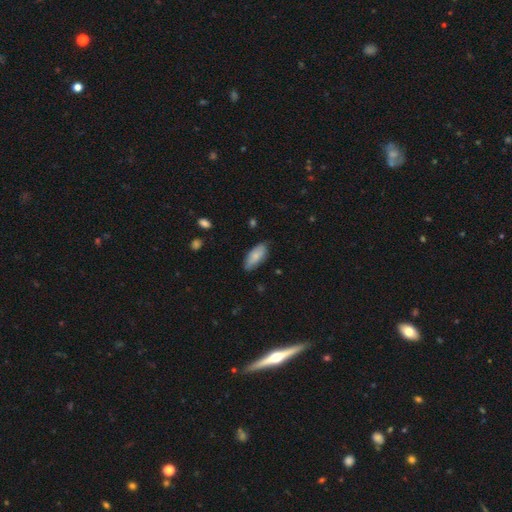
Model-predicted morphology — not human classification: This is likely a smooth galaxy (80%). How rounded: clearly in between (85%). Merging: likely none (78%).